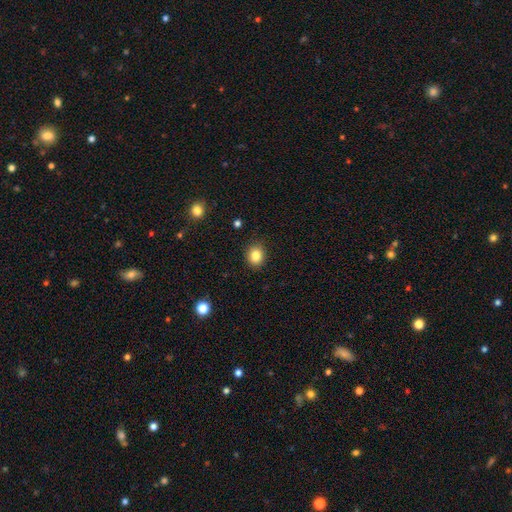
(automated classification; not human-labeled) Smooth or featured? smooth (84%)
How rounded? round (71%)
Merging? none (89%)